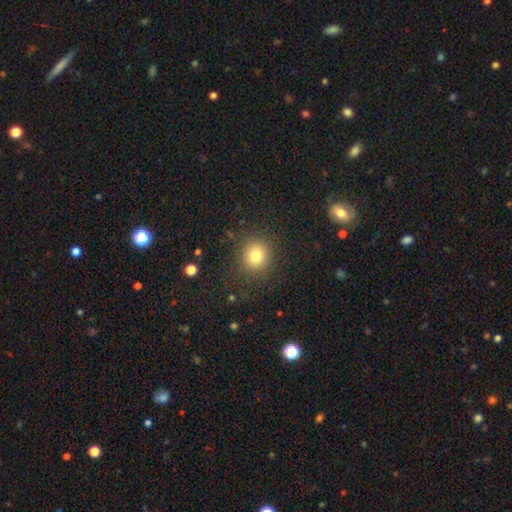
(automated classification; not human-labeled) smooth 79%, star or artifact 14%, featured or disk 7%. Down the decision tree: how rounded — round (86%); merging — none (85%).